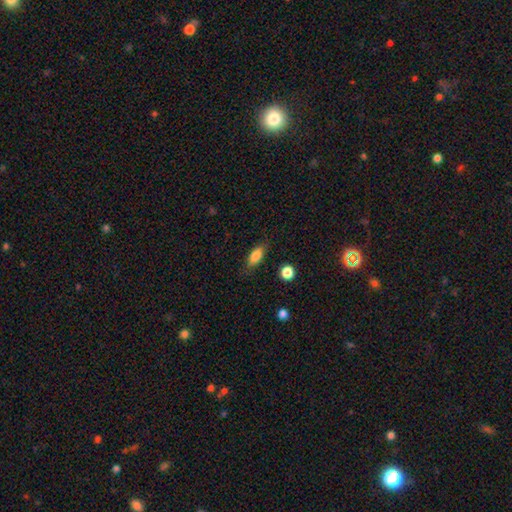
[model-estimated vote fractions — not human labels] Smooth or featured: smooth — 81% (featured or disk — 12%)
How rounded: in between — 76% (cigar-shaped — 19%)
Merging: none — 79% (minor disturbance — 15%)